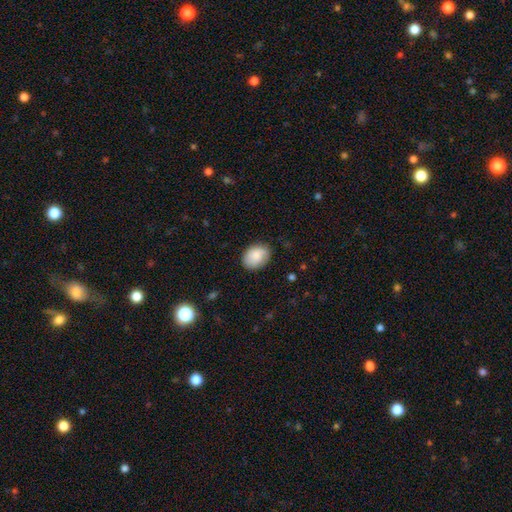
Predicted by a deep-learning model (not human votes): The model was most divided on "how rounded": in between: 66%, round: 33%, cigar-shaped: 1%. More confident: smooth or featured — smooth (84%); merging — none (80%).